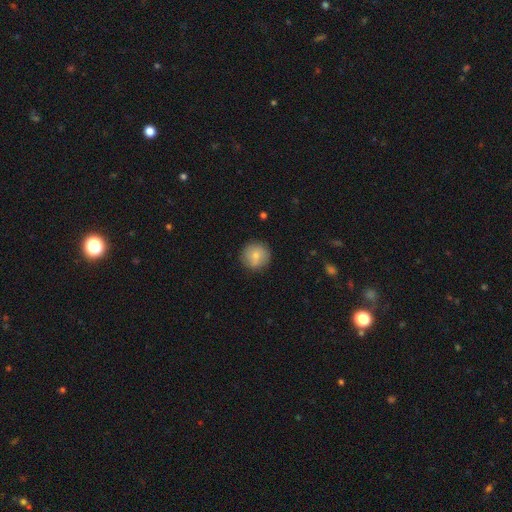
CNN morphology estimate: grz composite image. It shows a smooth galaxy with no disk features (77%) that is round (95%). Merging: none (86%).